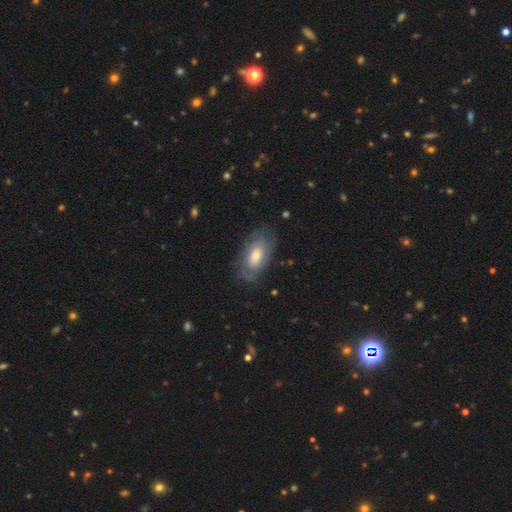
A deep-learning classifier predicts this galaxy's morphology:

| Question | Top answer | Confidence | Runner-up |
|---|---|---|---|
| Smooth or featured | featured or disk | 57% | smooth (36%) |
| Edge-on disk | no | 91% | yes (9%) |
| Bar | no | 71% | weak (24%) |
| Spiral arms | yes | 69% | no (31%) |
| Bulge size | moderate | 56% | small (24%) |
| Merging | none | 74% | minor disturbance (18%) |